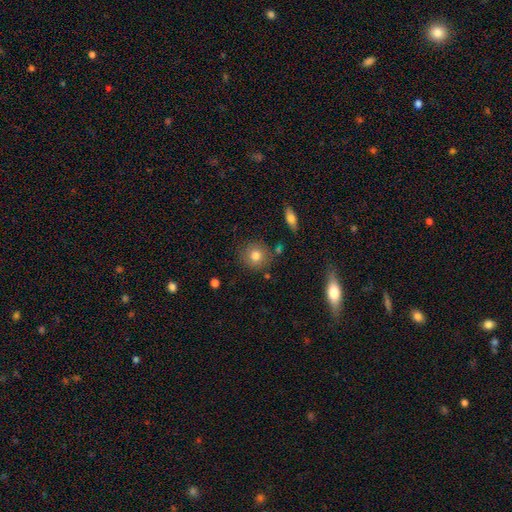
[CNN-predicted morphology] type=smooth (77%); roundness=round (89%); merging=none (80%).